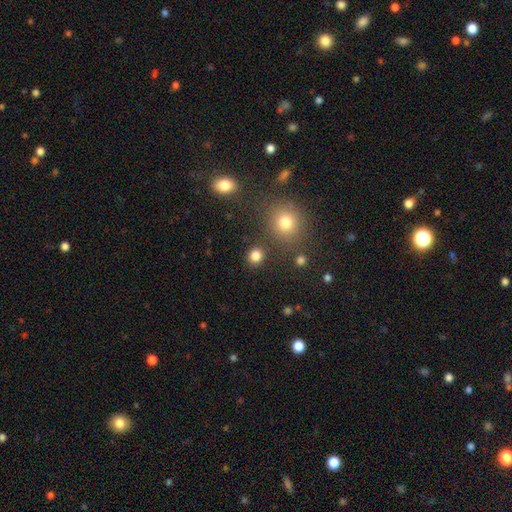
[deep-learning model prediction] Q: Smooth or featured?
A: smooth (83%); runner-up: star or artifact (14%)
Q: How rounded?
A: round (86%); runner-up: in between (13%)
Q: Merging?
A: none (86%); runner-up: minor disturbance (7%)